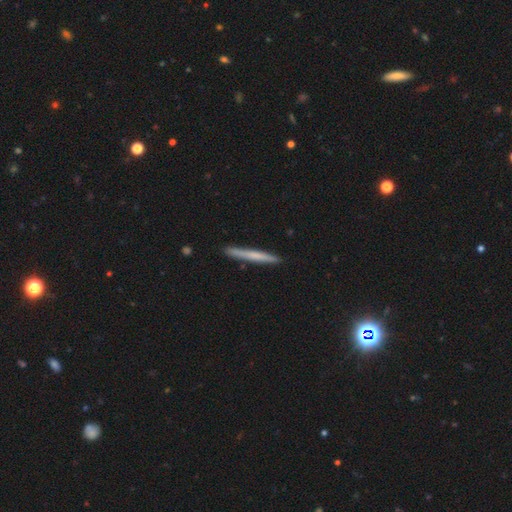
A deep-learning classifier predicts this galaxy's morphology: Overall: smooth (60%; featured or disk 35%). How rounded: cigar-shaped (97%). Merging: none (90%).